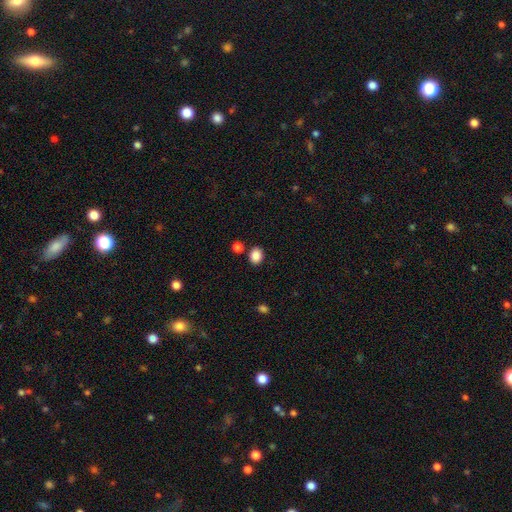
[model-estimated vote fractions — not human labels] Smooth or featured?
  - smooth: 88% *
  - star or artifact: 9%
  - featured or disk: 3%
How rounded?
  - round: 52% *
  - in between: 48%
  - cigar-shaped: 1%
Merging?
  - none: 82% *
  - minor disturbance: 9%
  - merger: 6%
  - major disturbance: 3%